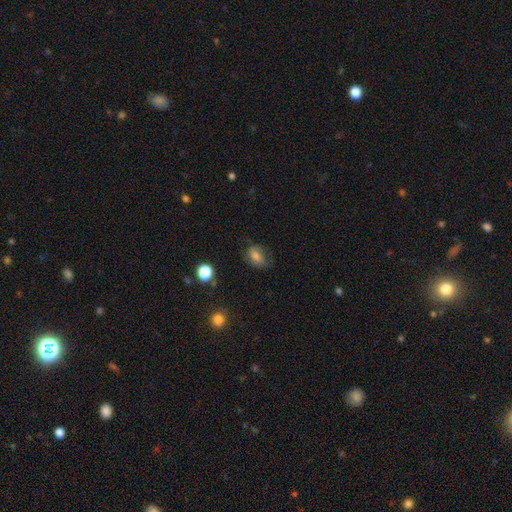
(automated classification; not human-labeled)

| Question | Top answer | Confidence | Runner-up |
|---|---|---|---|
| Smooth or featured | smooth | 73% | featured or disk (15%) |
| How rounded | in between | 77% | round (20%) |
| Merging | none | 67% | minor disturbance (23%) |